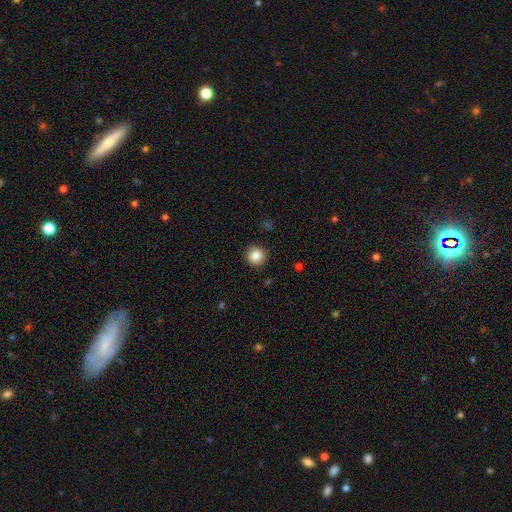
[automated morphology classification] type=smooth (85%); roundness=round (94%); merging=none (92%).